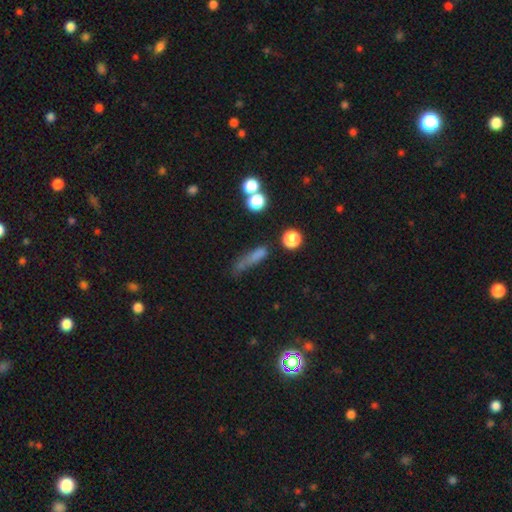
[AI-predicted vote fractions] smooth-or-featured: smooth: 67% | star or artifact: 17% | featured or disk: 16%
  how-rounded: cigar-shaped: 65% | in between: 25% | round: 10%
  merging: none: 44% | minor disturbance: 27% | major disturbance: 20% | merger: 9%